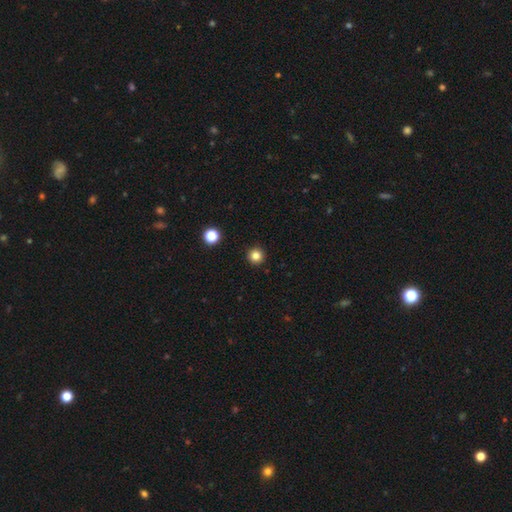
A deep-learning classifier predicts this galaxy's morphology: A smooth galaxy with no disk features (83%) that is round (96%). Merging: none (93%).